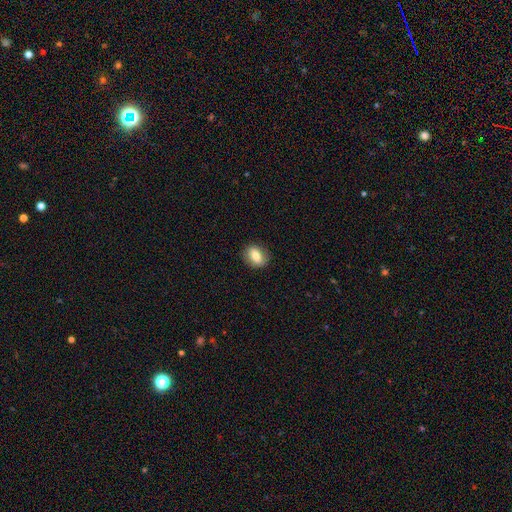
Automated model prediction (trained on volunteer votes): This appears to be a smooth galaxy with no disk features (76%) that is in between round and cigar-shaped (61%). Merging: none (85%).